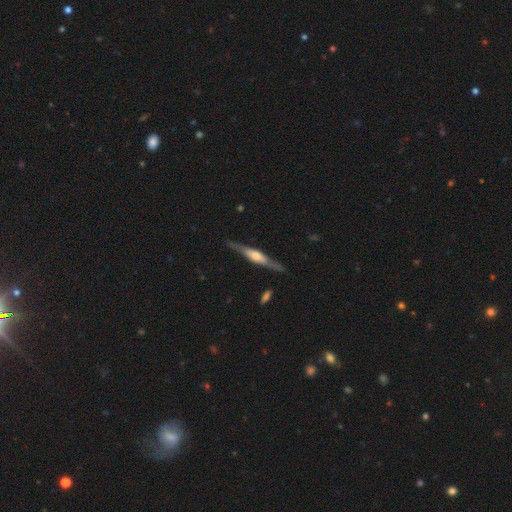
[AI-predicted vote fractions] This is likely a featured or disk galaxy (76%). It is clearly viewed edge-on (96%). Edge-on bulge: likely rounded (67%). Merging: clearly none (84%).